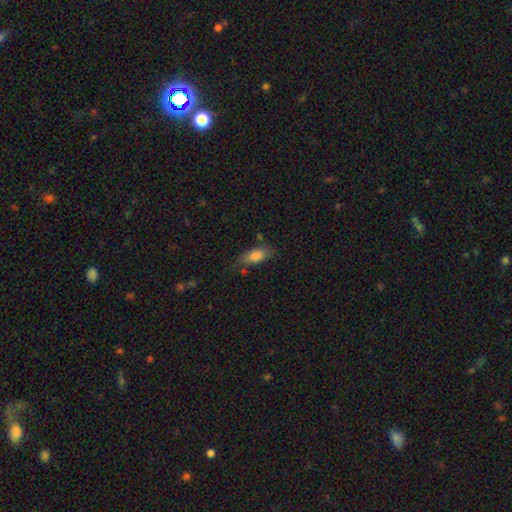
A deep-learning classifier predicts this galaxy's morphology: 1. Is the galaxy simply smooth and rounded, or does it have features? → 84% smooth, 8% featured or disk, 8% star or artifact.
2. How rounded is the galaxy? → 86% in between, 11% cigar-shaped, 3% round.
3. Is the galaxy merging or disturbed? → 64% none, 23% minor disturbance, 7% major disturbance, 5% merger.